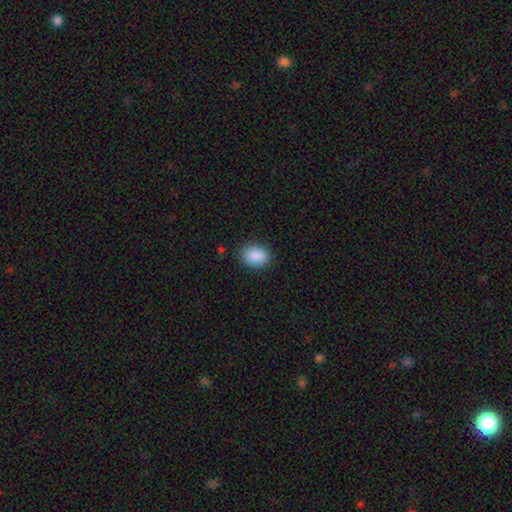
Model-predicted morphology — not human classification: Smooth or featured: smooth — 89% (star or artifact — 7%)
How rounded: in between — 69% (round — 30%)
Merging: none — 86% (minor disturbance — 10%)